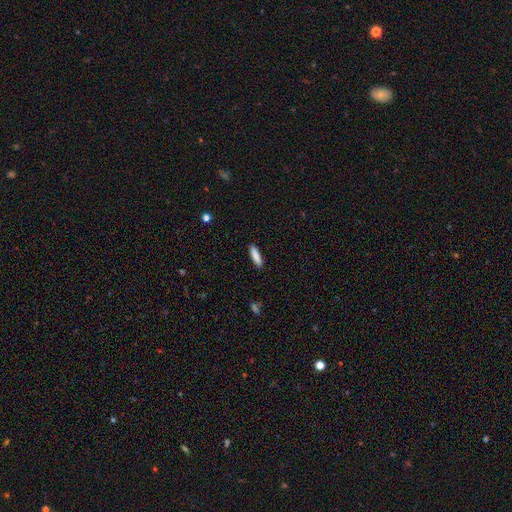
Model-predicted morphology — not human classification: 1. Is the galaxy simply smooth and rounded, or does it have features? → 88% smooth, 6% star or artifact, 6% featured or disk.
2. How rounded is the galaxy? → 63% cigar-shaped, 36% in between, 1% round.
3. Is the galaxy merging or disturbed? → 90% none, 8% minor disturbance, 2% major disturbance, 1% merger.